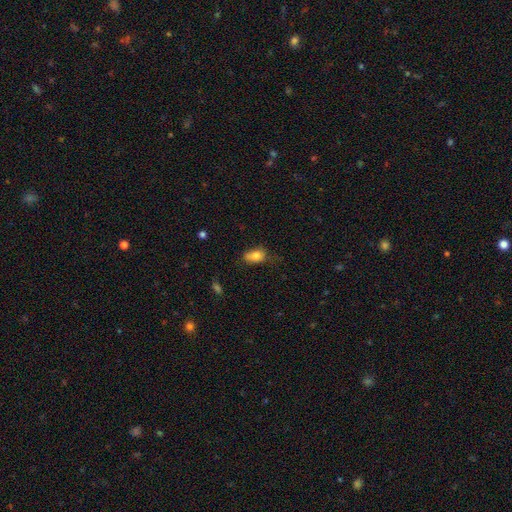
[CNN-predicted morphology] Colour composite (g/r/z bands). It shows a smooth galaxy with no disk features (80%) that is in between round and cigar-shaped (85%). Merging: none (54%).